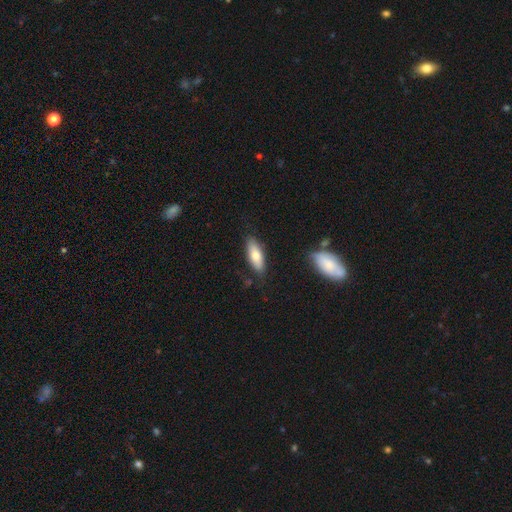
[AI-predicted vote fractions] Morphology: type=smooth (72%); roundness=in between (69%); merging=none (80%).